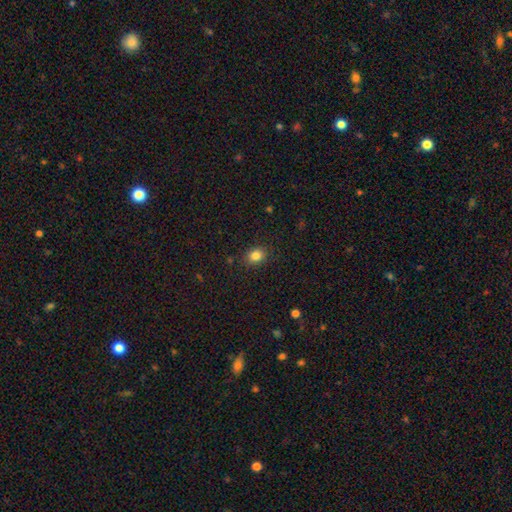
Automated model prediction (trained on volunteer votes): Overall: smooth (83%). How rounded: in between (52%; round 47%). Merging: none (86%).